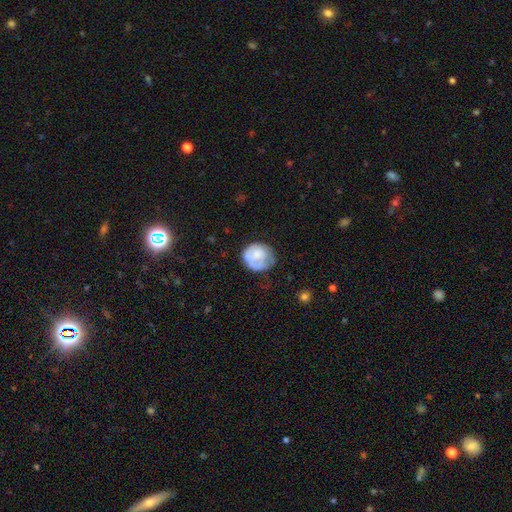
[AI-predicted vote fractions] smooth-or-featured: smooth: 57% | featured or disk: 36% | star or artifact: 7%
  how-rounded: round: 79% | in between: 20% | cigar-shaped: 1%
  merging: none: 54% | minor disturbance: 28% | major disturbance: 15% | merger: 4%